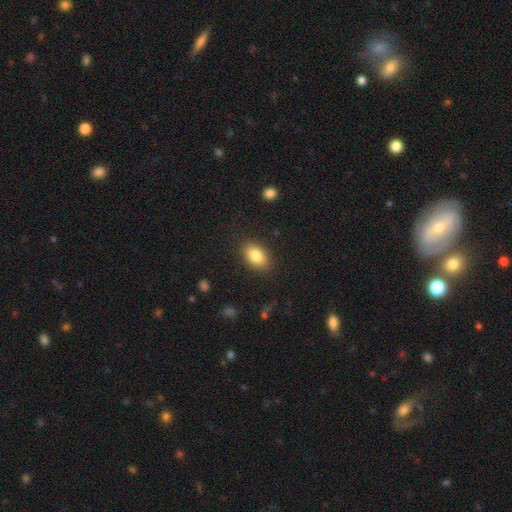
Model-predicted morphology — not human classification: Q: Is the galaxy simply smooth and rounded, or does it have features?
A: smooth — 84%.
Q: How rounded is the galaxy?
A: in between — 88%.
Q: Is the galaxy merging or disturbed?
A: none — 87%.